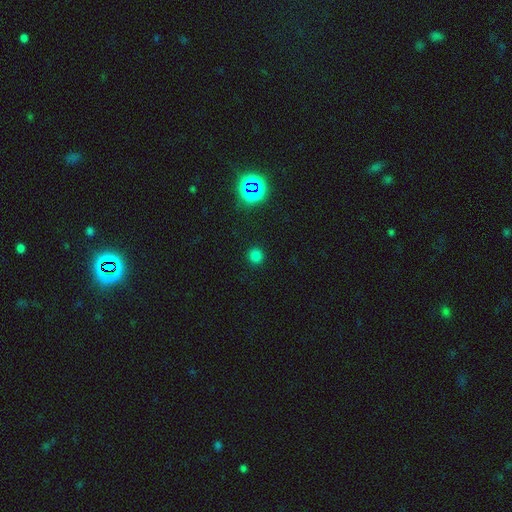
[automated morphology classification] type=smooth (75%); roundness=round (94%); merging=none (91%).